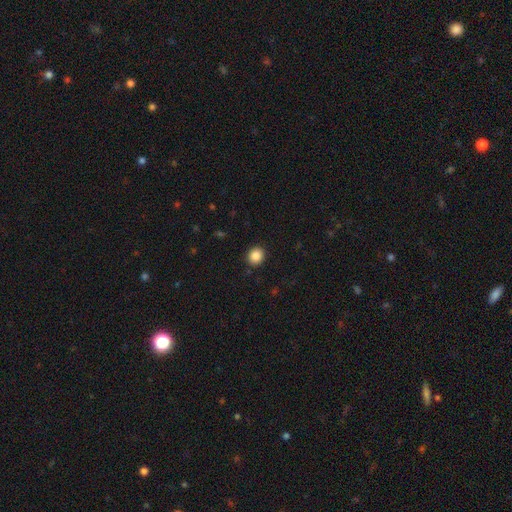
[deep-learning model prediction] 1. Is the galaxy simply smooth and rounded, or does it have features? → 87% smooth, 9% star or artifact, 4% featured or disk.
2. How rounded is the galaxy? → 81% round, 18% in between, 1% cigar-shaped.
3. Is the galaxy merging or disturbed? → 91% none, 6% minor disturbance, 2% major disturbance, 1% merger.